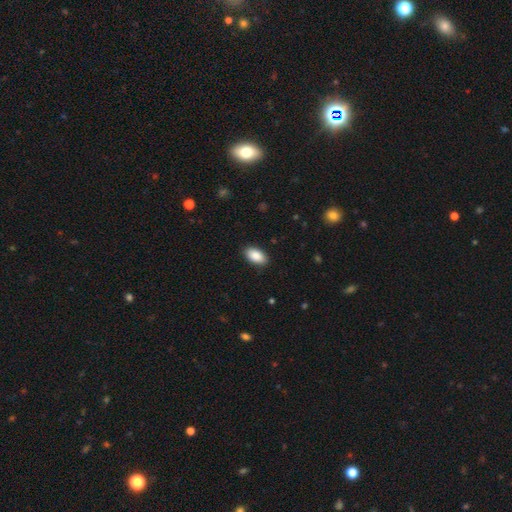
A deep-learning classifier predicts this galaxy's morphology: smooth-or-featured: smooth: 90% | star or artifact: 6% | featured or disk: 4%
  how-rounded: in between: 94% | round: 3% | cigar-shaped: 3%
  merging: none: 89% | minor disturbance: 8% | major disturbance: 2% | merger: 1%